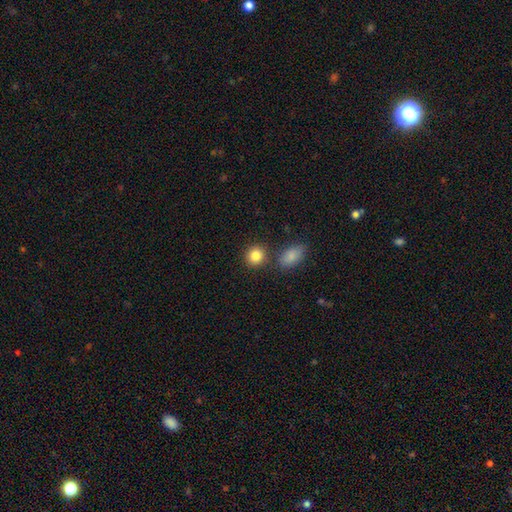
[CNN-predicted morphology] Smooth or featured? smooth (85%)
How rounded? round (79%)
Merging? none (78%)